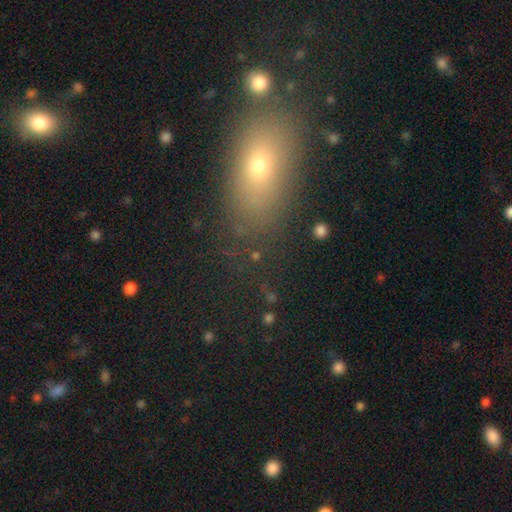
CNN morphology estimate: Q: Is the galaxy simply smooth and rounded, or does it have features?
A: smooth — 53%.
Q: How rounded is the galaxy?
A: in between — 57%.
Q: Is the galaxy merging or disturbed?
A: none — 65%.